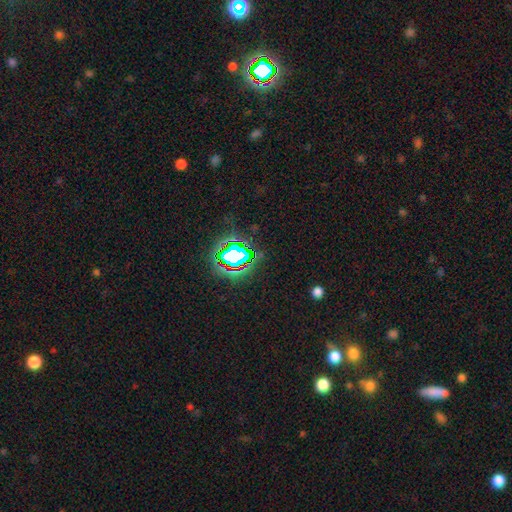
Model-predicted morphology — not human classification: Smooth or featured? Predicted: star or artifact (p=0.77).